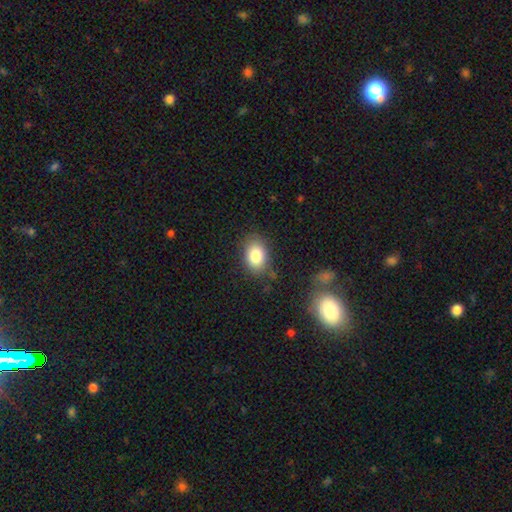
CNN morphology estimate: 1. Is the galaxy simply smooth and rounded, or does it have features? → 83% smooth, 9% featured or disk, 9% star or artifact.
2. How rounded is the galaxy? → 79% in between, 20% round, 1% cigar-shaped.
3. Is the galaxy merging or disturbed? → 79% none, 15% minor disturbance, 4% major disturbance, 2% merger.